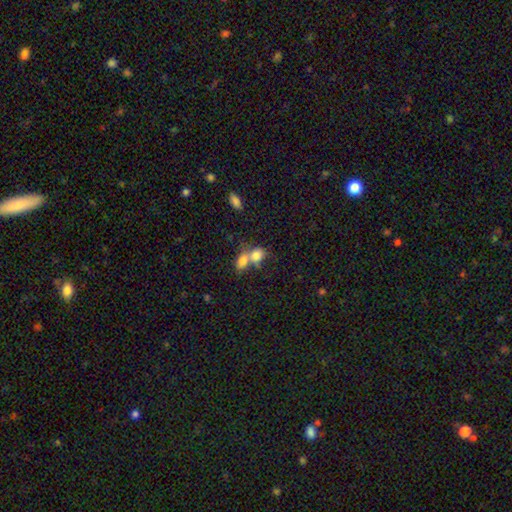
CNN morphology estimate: smooth 79%, featured or disk 12%, star or artifact 9%. Down the decision tree: how rounded — in between (62%); merging — merger (71%).